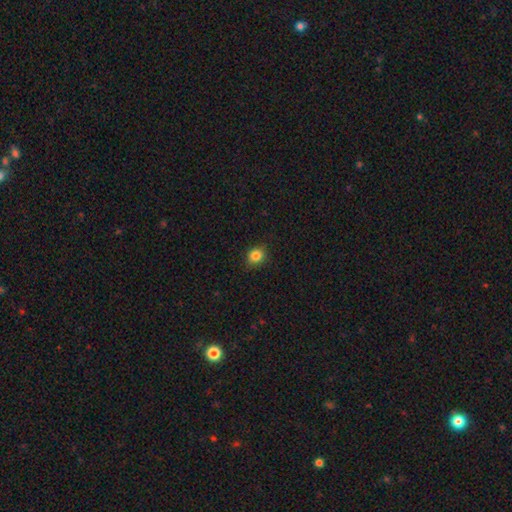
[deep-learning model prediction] Morphology: type=smooth (84%); roundness=round (68%); merging=none (87%).